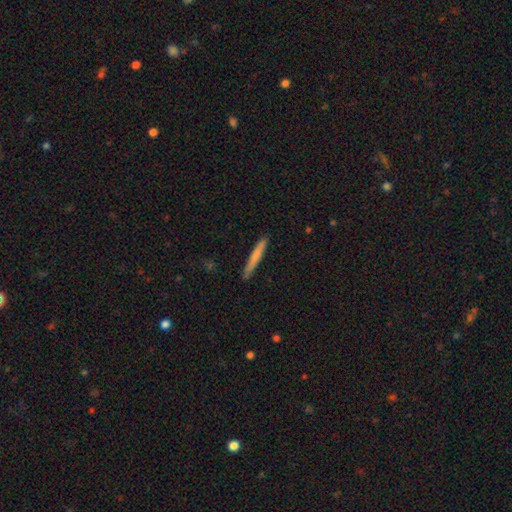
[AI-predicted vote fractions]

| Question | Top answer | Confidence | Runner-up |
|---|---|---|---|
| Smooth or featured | smooth | 70% | featured or disk (25%) |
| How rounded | cigar-shaped | 96% | in between (3%) |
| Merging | none | 90% | minor disturbance (7%) |